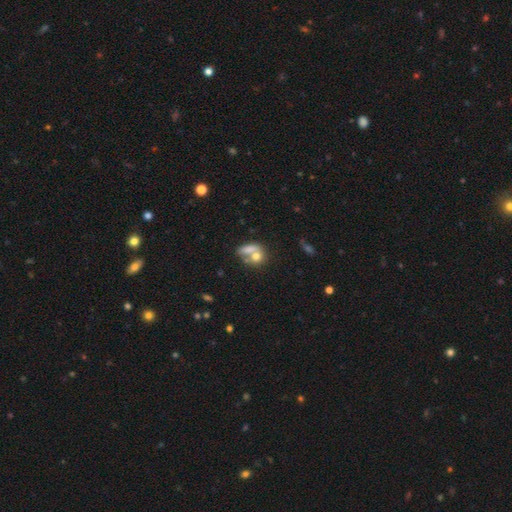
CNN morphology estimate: Smooth or featured? smooth (70%)
How rounded? round (51%)
Merging? merger (53%)